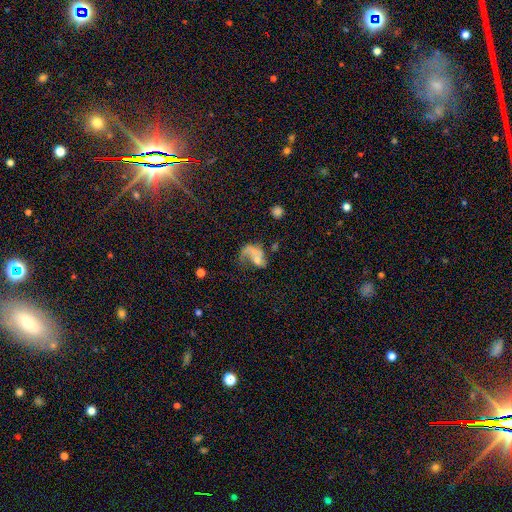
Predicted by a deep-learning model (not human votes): featured or disk 53%, smooth 36%, star or artifact 11%. Down the decision tree: edge-on disk — no (97%); bar — no (78%); spiral arms — yes (54%); bulge size — none (33%); merging — major disturbance (50%).